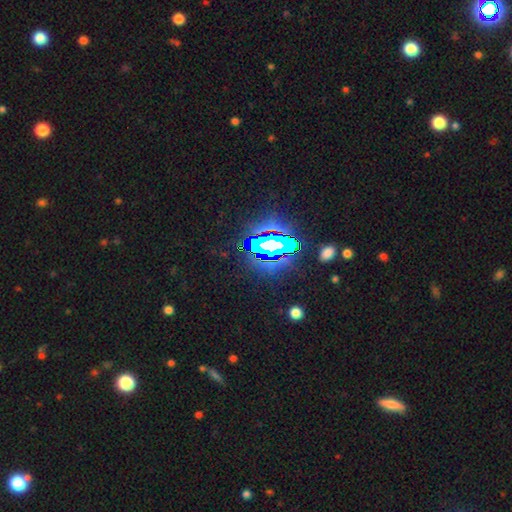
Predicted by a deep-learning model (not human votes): star or artifact 82%, smooth 11%, featured or disk 8%.